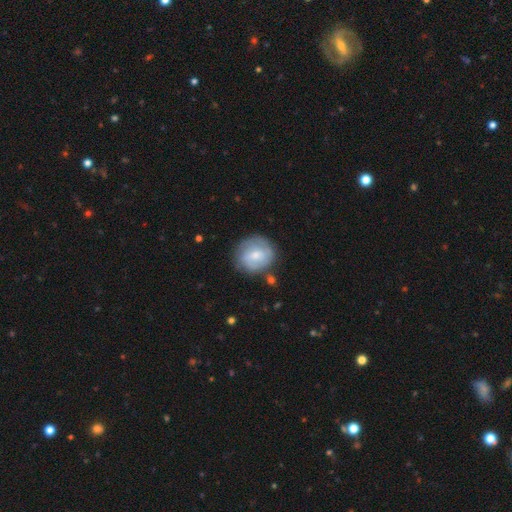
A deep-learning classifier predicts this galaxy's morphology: Q: Smooth or featured?
A: featured or disk (51%); runner-up: smooth (42%)
Q: Edge-on disk?
A: no (98%); runner-up: yes (2%)
Q: Bar?
A: no (47%); runner-up: weak (46%)
Q: Spiral arms?
A: yes (78%); runner-up: no (22%)
Q: Bulge size?
A: small (47%); runner-up: moderate (45%)
Q: Merging?
A: none (74%); runner-up: minor disturbance (17%)